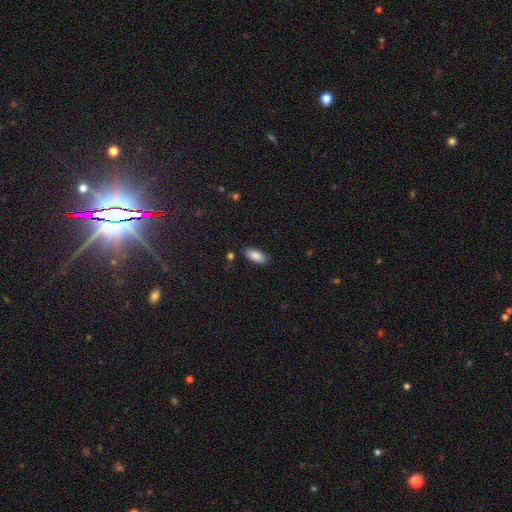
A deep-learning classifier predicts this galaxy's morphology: smooth 87%, star or artifact 7%, featured or disk 6%. Down the decision tree: how rounded — in between (89%); merging — none (84%).